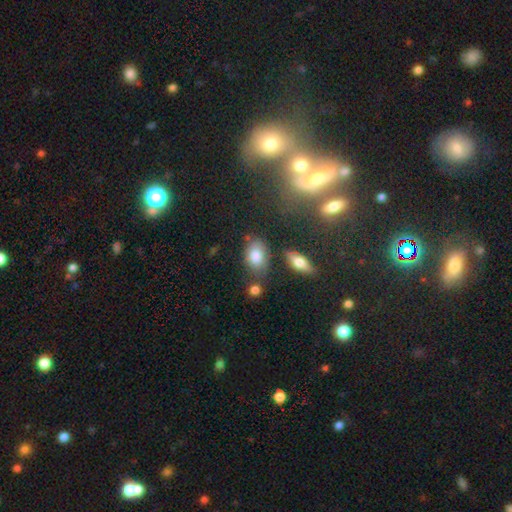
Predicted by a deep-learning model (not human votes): Smooth or featured: smooth — 80% (featured or disk — 11%)
How rounded: in between — 83% (round — 15%)
Merging: none — 66% (minor disturbance — 19%)